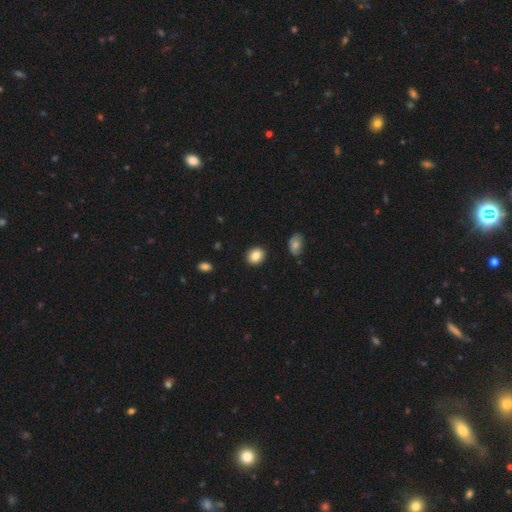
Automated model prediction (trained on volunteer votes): smooth-or-featured: smooth: 85% | star or artifact: 8% | featured or disk: 7%
  how-rounded: round: 69% | in between: 30% | cigar-shaped: 1%
  merging: none: 91% | minor disturbance: 6% | major disturbance: 2% | merger: 1%